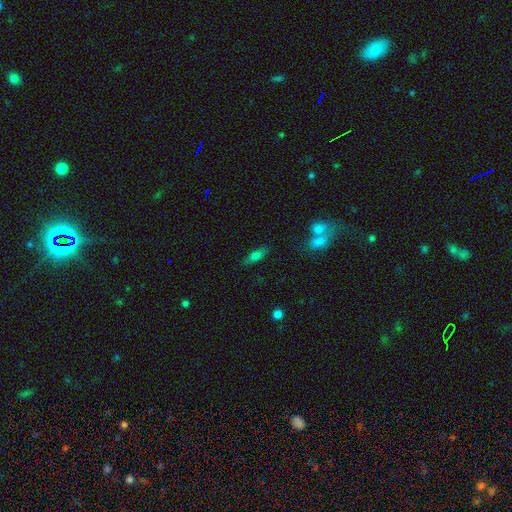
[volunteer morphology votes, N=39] Smooth or featured: smooth — 59% (featured or disk — 33%)
How rounded: in between — 74% (cigar-shaped — 22%)
Merging: none — 92% (merger — 6%)